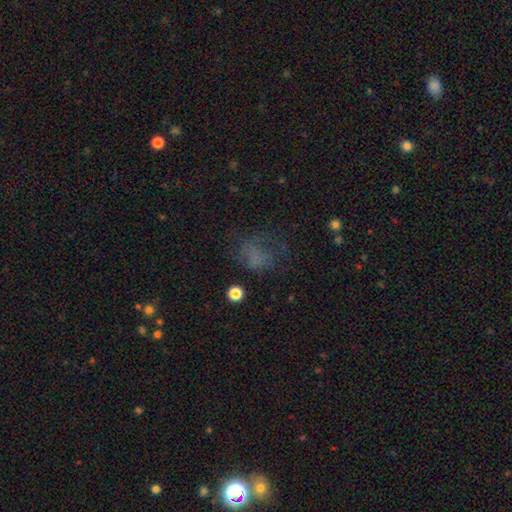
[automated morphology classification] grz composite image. It shows a smooth galaxy with no disk features (55%) that is in between round and cigar-shaped (54%). Merging: none (44%).